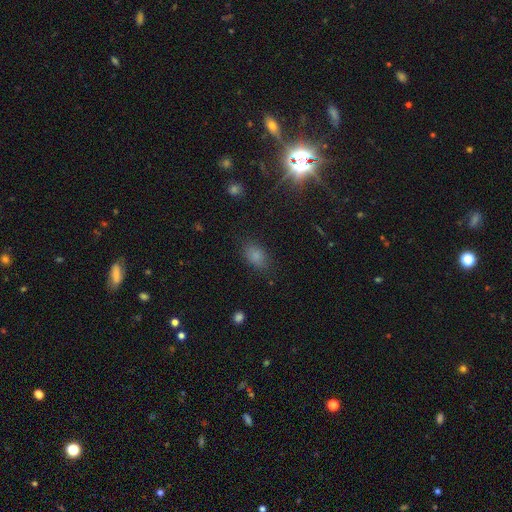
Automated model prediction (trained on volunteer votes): smooth 79%, star or artifact 14%, featured or disk 7%. Down the decision tree: how rounded — in between (85%); merging — none (79%).